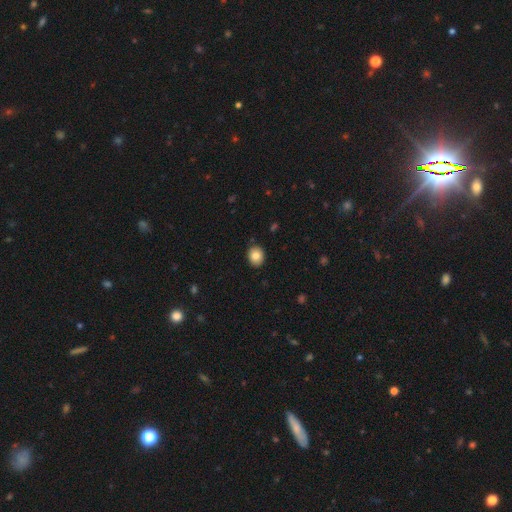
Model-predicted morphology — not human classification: Overall: smooth (83%). How rounded: round (62%; in between 37%). Merging: none (89%).